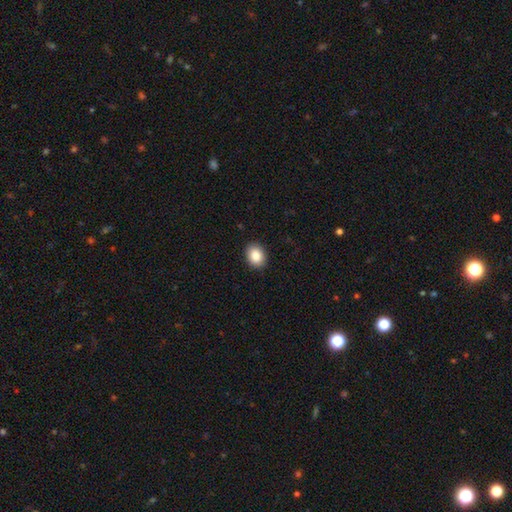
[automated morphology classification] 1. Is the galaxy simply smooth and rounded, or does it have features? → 87% smooth, 8% star or artifact, 6% featured or disk.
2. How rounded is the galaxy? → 67% in between, 32% round, 1% cigar-shaped.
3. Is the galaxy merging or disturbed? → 90% none, 8% minor disturbance, 2% major disturbance, 1% merger.